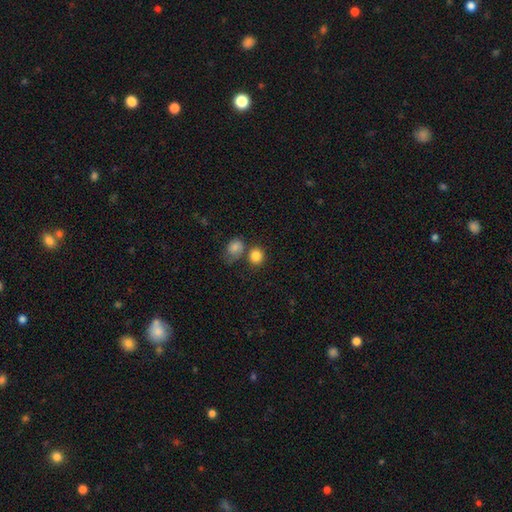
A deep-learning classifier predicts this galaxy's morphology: Smooth or featured? smooth (85%)
How rounded? round (79%)
Merging? none (61%)